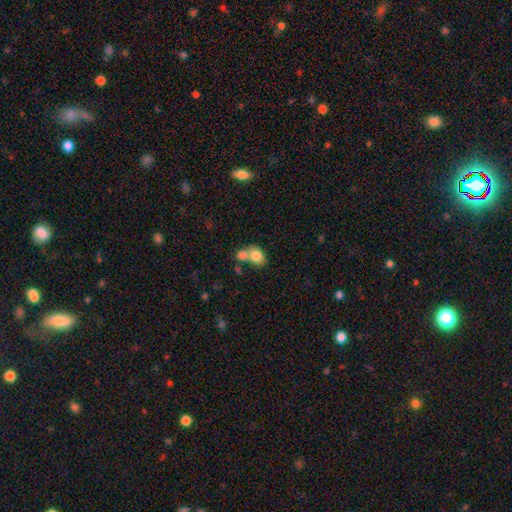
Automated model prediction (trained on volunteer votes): smooth_or_featured: smooth (p=0.80) [alt: featured or disk p=0.12]
how_rounded: in between (p=0.52) [alt: round p=0.47]
merging: merger (p=0.55) [alt: none p=0.31]